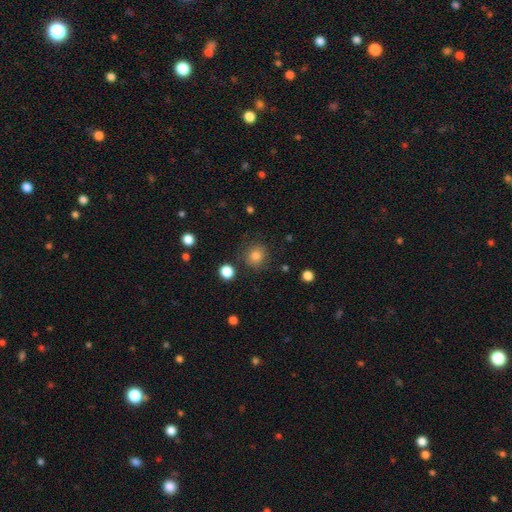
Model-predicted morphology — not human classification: smooth 83%, star or artifact 12%, featured or disk 6%. Down the decision tree: how rounded — round (88%); merging — none (84%).